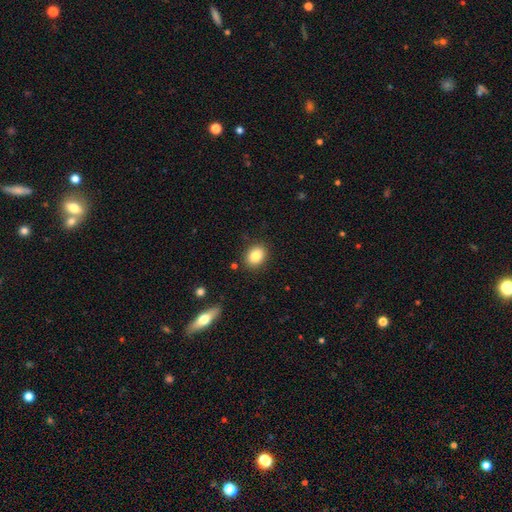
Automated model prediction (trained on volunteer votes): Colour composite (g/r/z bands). It shows a smooth galaxy with no disk features (85%) that is in between round and cigar-shaped (58%). Merging: none (87%).